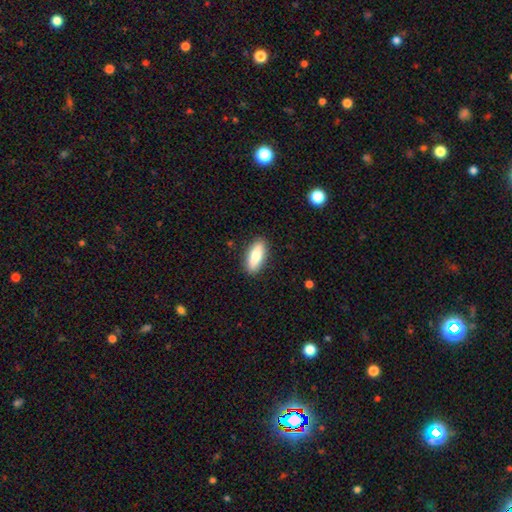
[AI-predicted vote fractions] This appears to be a smooth galaxy with no disk features (80%) that is in between round and cigar-shaped (77%). Merging: none (88%).